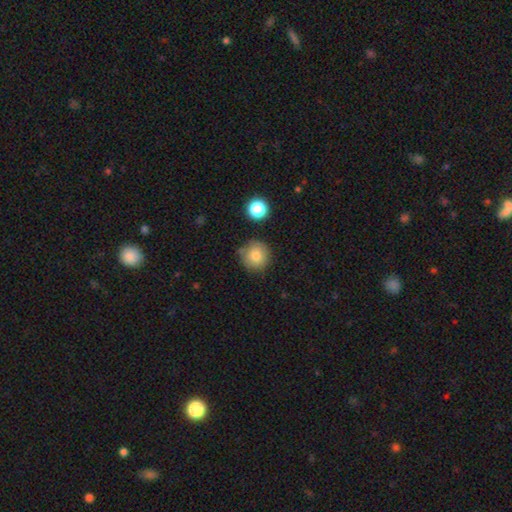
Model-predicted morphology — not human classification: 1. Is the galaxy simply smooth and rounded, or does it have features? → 80% smooth, 10% star or artifact, 9% featured or disk.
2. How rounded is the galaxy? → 93% round, 6% in between, 1% cigar-shaped.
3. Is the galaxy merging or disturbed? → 79% none, 13% minor disturbance, 6% merger, 3% major disturbance.